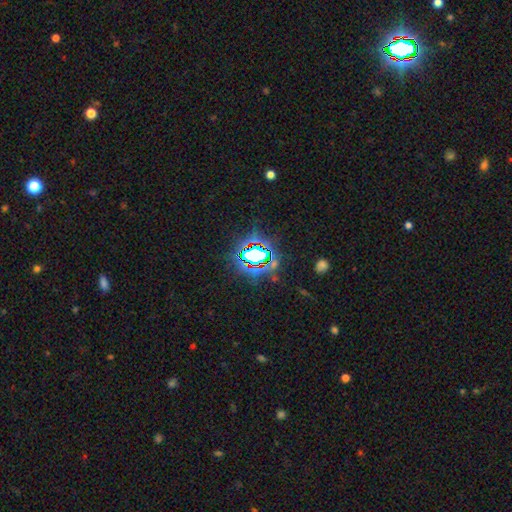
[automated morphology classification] A star or artifact, not a galaxy (73%).

Vote fractions:
- Smooth or featured? star or artifact: 73% / smooth: 16% / featured or disk: 10%